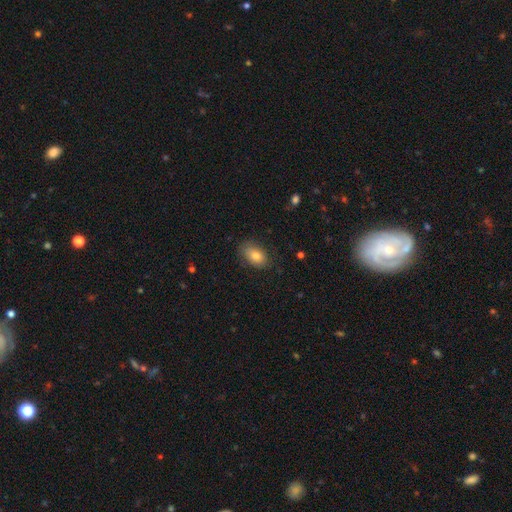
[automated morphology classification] smooth_or_featured: smooth (p=0.80) [alt: featured or disk p=0.12]
how_rounded: in between (p=0.89) [alt: round p=0.09]
merging: none (p=0.78) [alt: minor disturbance p=0.17]